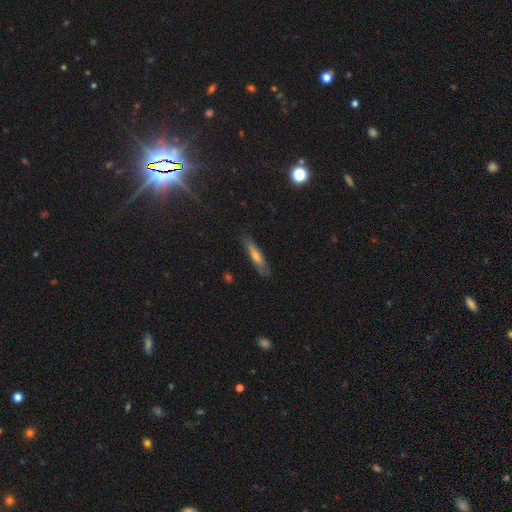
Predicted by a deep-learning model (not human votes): Q: Smooth or featured?
A: smooth (50%); runner-up: featured or disk (41%)
Q: Merging?
A: none (82%); runner-up: minor disturbance (14%)